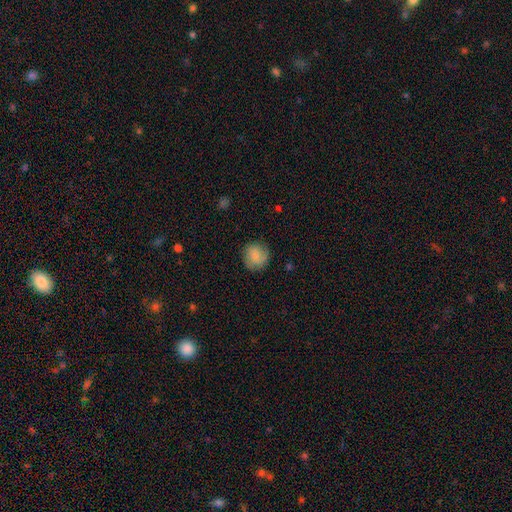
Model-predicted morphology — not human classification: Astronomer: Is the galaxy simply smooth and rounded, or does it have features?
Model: smooth — 77%.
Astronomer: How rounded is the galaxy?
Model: round — 86%.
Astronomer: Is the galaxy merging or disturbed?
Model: none — 78%.